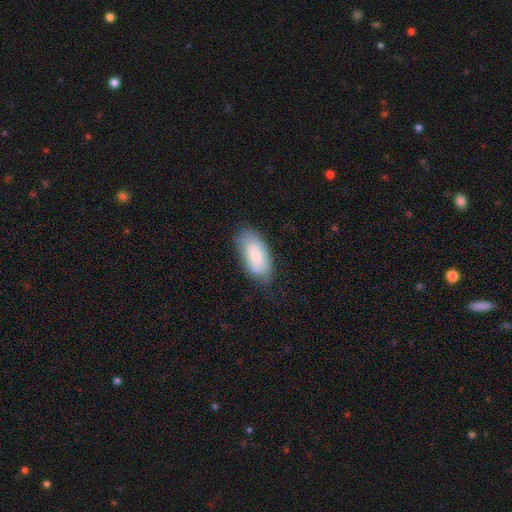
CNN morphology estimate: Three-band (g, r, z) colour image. It shows a smooth galaxy with no disk features (80%) that is in between round and cigar-shaped (93%). Merging: none (67%).